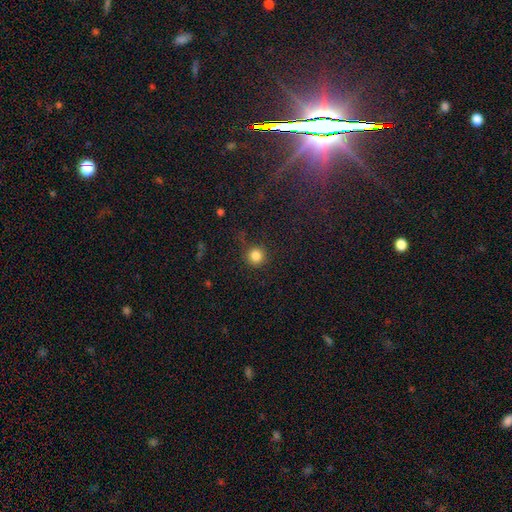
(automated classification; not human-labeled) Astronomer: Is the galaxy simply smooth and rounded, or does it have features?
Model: smooth — 84%.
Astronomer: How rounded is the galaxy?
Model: round — 94%.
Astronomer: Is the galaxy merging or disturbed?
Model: none — 85%.